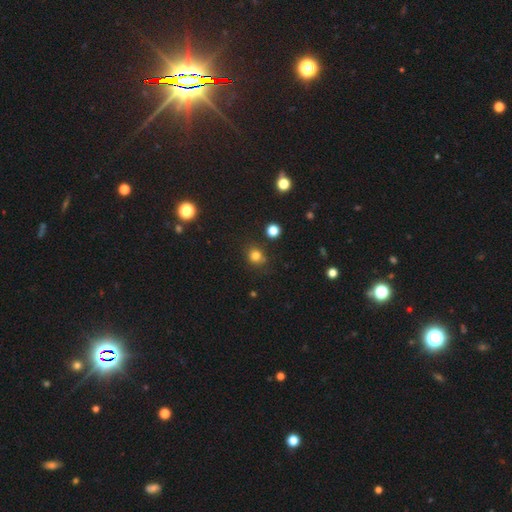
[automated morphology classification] This is likely a smooth galaxy (79%). How rounded: clearly round (81%). Merging: clearly none (80%).